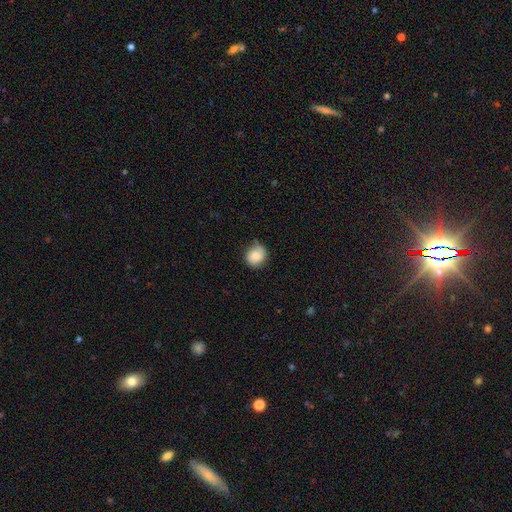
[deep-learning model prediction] A smooth galaxy with no disk features (81%) that is round (74%).

Vote fractions:
- Smooth or featured? smooth: 81% / featured or disk: 11% / star or artifact: 8%
- How rounded? round: 74% / in between: 25% / cigar-shaped: 1%
- Merging? none: 68% / minor disturbance: 25% / major disturbance: 5% / merger: 2%